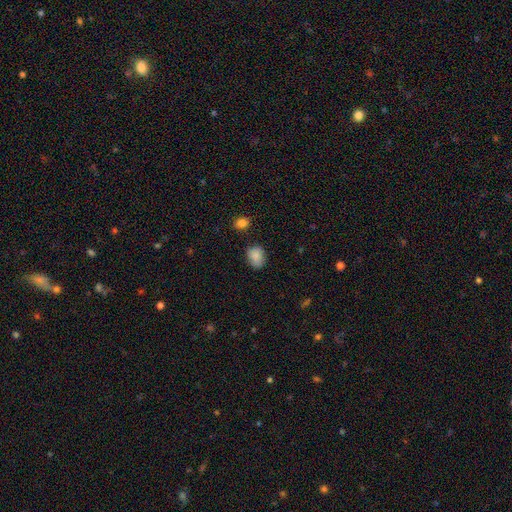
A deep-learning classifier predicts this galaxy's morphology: Smooth or featured?
  - smooth: 86% *
  - star or artifact: 8%
  - featured or disk: 5%
How rounded?
  - in between: 59% *
  - round: 40%
  - cigar-shaped: 1%
Merging?
  - none: 69% *
  - minor disturbance: 23%
  - major disturbance: 5%
  - merger: 3%